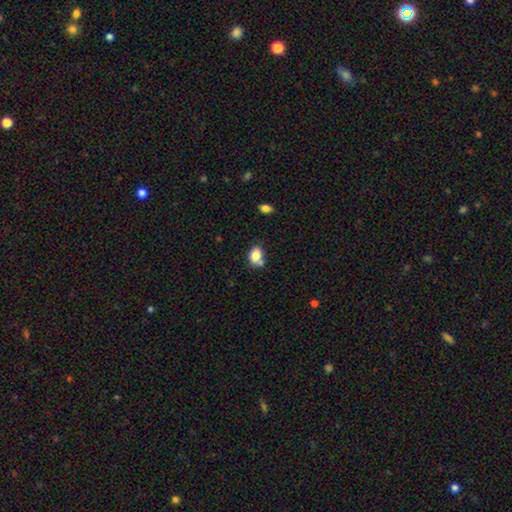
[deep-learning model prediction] A smooth galaxy with no disk features (82%) that is in between round and cigar-shaped (72%).

Vote fractions:
- Smooth or featured? smooth: 82% / featured or disk: 9% / star or artifact: 9%
- How rounded? in between: 72% / round: 26% / cigar-shaped: 1%
- Merging? none: 51% / merger: 23% / minor disturbance: 20% / major disturbance: 6%